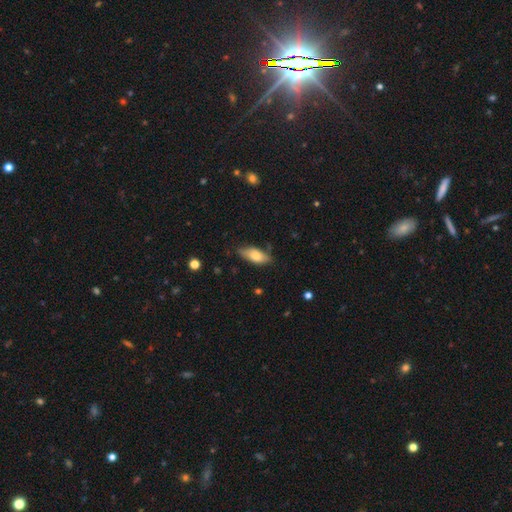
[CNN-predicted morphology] Smooth or featured: smooth — 69% (featured or disk — 24%)
How rounded: in between — 79% (cigar-shaped — 19%)
Merging: none — 73% (minor disturbance — 21%)